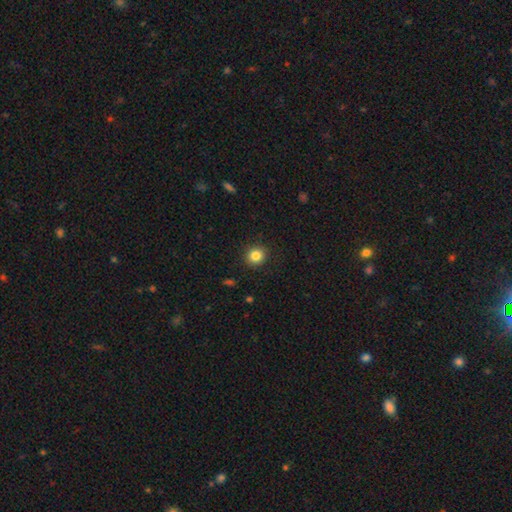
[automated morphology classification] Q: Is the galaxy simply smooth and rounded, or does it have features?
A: smooth — 85%.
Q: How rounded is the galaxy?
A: round — 87%.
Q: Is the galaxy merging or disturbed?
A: none — 91%.